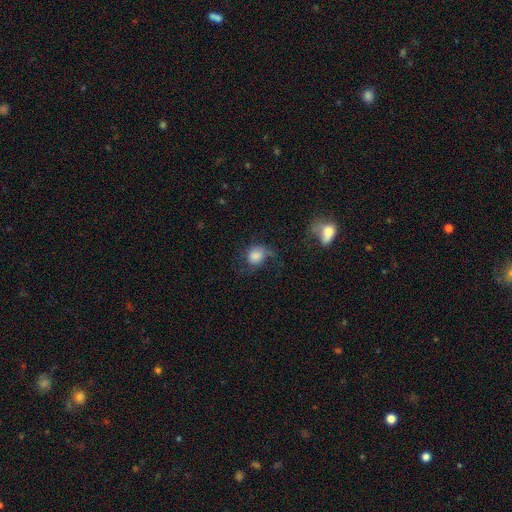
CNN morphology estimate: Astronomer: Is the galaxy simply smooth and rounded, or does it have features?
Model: smooth — 70%.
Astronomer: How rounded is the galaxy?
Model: round — 67%.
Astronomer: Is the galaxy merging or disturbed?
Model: none — 38% (runner-up: major disturbance, 33%).